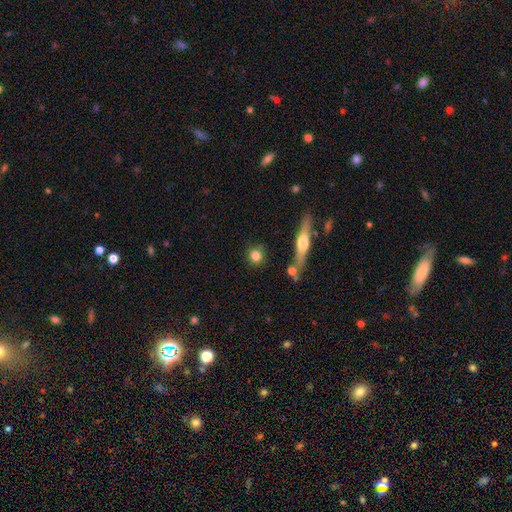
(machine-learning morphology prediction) smooth-or-featured: smooth: 79% | featured or disk: 12% | star or artifact: 9%
  how-rounded: round: 85% | in between: 11% | cigar-shaped: 4%
  merging: none: 82% | minor disturbance: 9% | merger: 6% | major disturbance: 3%